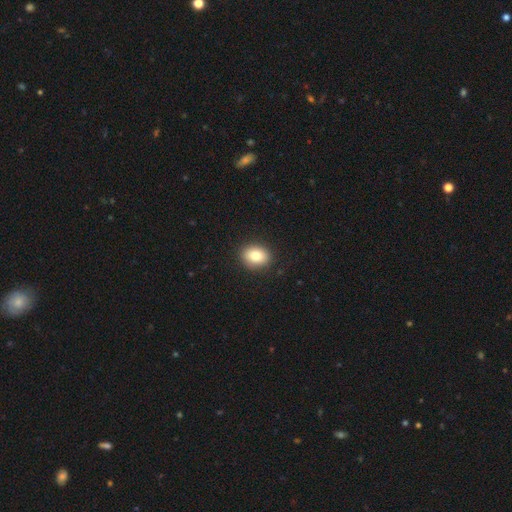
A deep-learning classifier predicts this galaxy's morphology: Smooth or featured? Predicted: smooth (p=0.82). How rounded? Predicted: in between (p=0.54). Merging? Predicted: none (p=0.90).